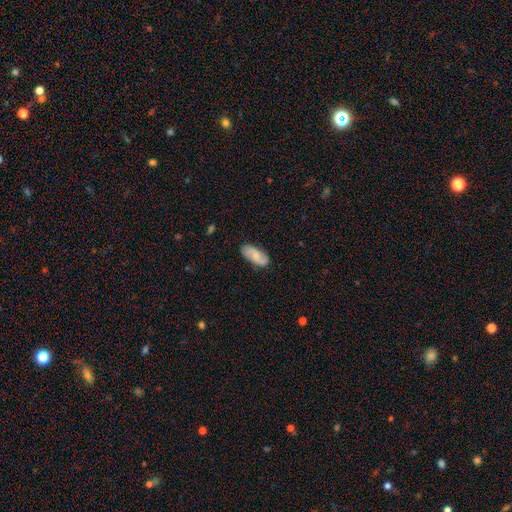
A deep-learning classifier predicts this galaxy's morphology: Q: Smooth or featured?
A: smooth (56%); runner-up: featured or disk (38%)
Q: How rounded?
A: in between (89%); runner-up: cigar-shaped (9%)
Q: Merging?
A: none (80%); runner-up: minor disturbance (15%)